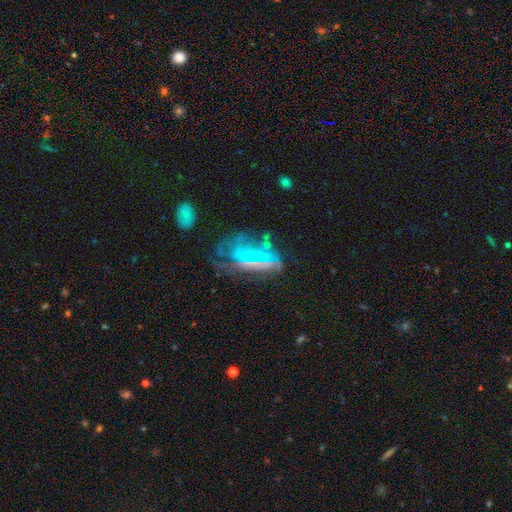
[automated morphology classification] Smooth or featured?
  - featured or disk: 54% *
  - star or artifact: 24%
  - smooth: 23%
Edge-on disk?
  - no: 87% *
  - yes: 13%
Merging?
  - major disturbance: 36% *
  - none: 35%
  - minor disturbance: 20%
  - merger: 8%